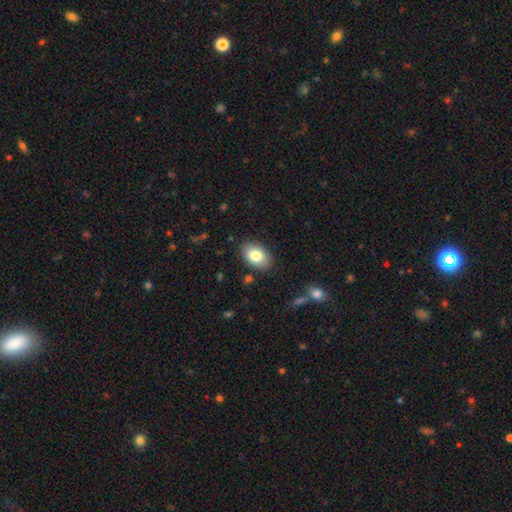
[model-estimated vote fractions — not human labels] smooth_or_featured: smooth (p=0.81) [alt: featured or disk p=0.11]
how_rounded: in between (p=0.88) [alt: round p=0.11]
merging: none (p=0.86) [alt: minor disturbance p=0.10]